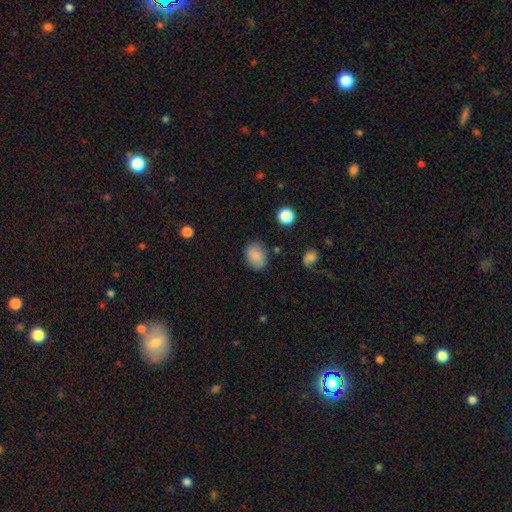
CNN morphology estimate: A smooth galaxy with no disk features (83%) that is in between round and cigar-shaped (62%). Merging: none (80%).